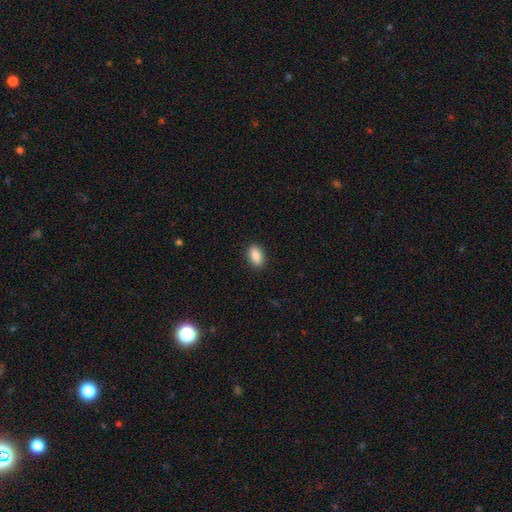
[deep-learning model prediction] smooth_or_featured: smooth (p=0.89) [alt: star or artifact p=0.07]
how_rounded: in between (p=0.90) [alt: round p=0.08]
merging: none (p=0.90) [alt: minor disturbance p=0.07]